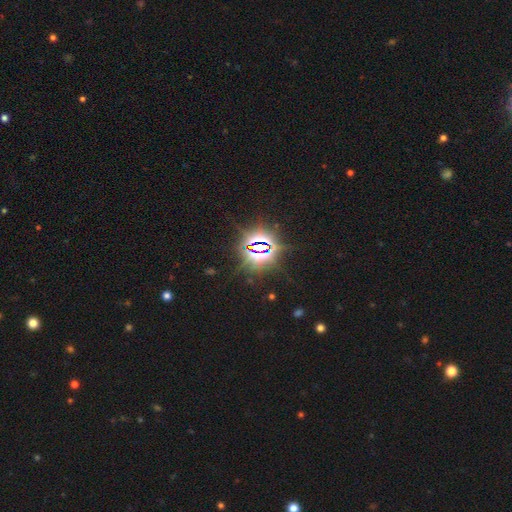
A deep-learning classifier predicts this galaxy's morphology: This appears to be a star or artifact, not a galaxy (83%).